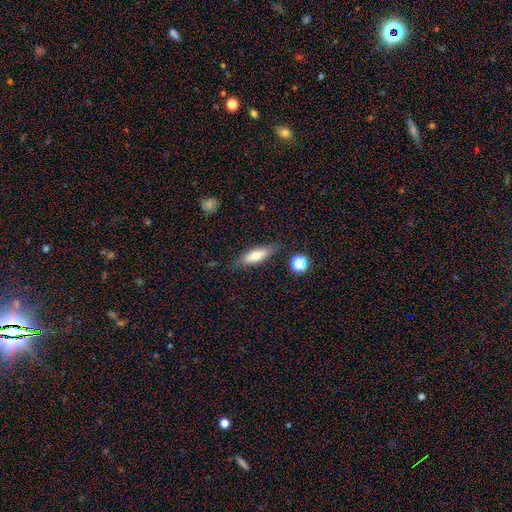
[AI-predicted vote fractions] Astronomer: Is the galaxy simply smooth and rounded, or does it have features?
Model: smooth — 67%.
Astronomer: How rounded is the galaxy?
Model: in between — 52% (runner-up: cigar-shaped, 45%).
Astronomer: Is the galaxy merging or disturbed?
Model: none — 81%.